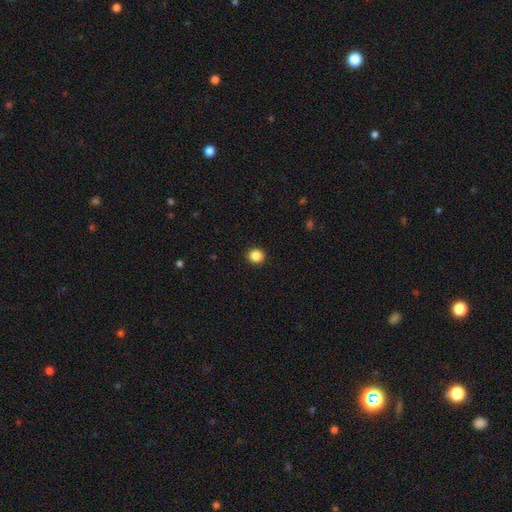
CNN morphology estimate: Smooth or featured?
  - smooth: 86% *
  - star or artifact: 11%
  - featured or disk: 3%
How rounded?
  - round: 90% *
  - in between: 9%
  - cigar-shaped: 1%
Merging?
  - none: 93% *
  - minor disturbance: 5%
  - major disturbance: 2%
  - merger: 1%